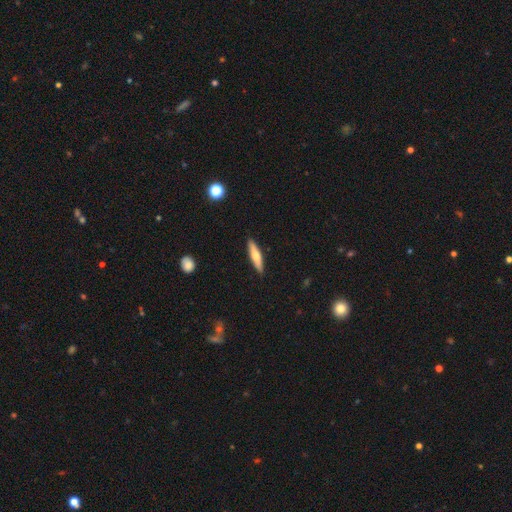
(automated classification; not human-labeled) Smooth or featured? smooth (57%)
How rounded? cigar-shaped (82%)
Merging? none (91%)